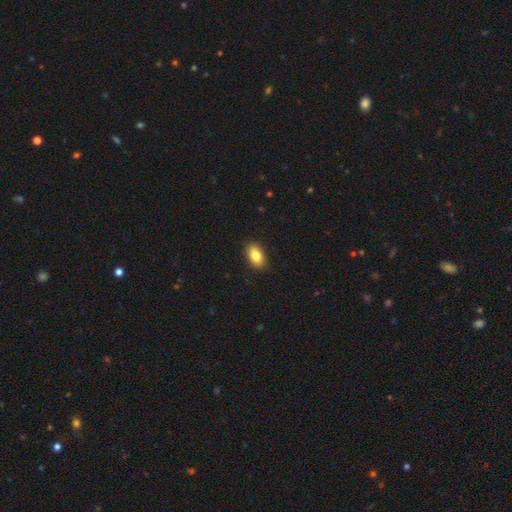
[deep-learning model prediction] smooth 83%, featured or disk 9%, star or artifact 8%. Down the decision tree: how rounded — in between (90%); merging — none (89%).